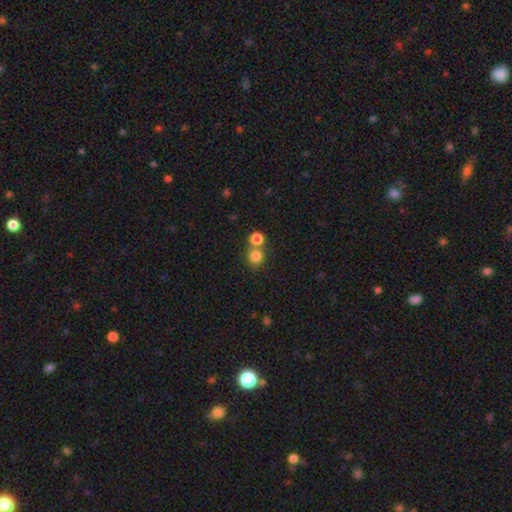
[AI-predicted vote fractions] Smooth or featured? Predicted: smooth (p=0.81). How rounded? Predicted: round (p=0.90). Merging? Predicted: none (p=0.60).